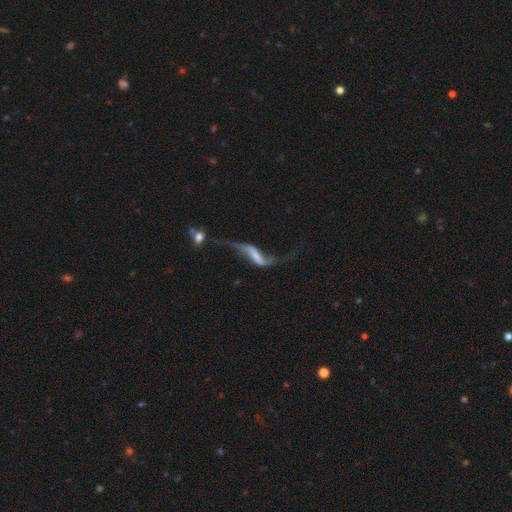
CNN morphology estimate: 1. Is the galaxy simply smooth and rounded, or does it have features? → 76% featured or disk, 17% smooth, 8% star or artifact.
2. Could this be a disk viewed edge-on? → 87% no, 13% yes.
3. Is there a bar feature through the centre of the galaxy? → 41% strong, 33% weak, 26% no.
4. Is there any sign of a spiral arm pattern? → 83% yes, 17% no.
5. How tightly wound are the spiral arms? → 95% loose, 4% medium, 2% tight.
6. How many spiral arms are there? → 88% 2, 6% 1, 3% can't tell, 1% 3, 1% 4, 1% more than 4.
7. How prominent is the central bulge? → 47% none, 30% small, 15% moderate, 5% large, 3% dominant.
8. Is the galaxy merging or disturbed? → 33% major disturbance, 32% none, 20% merger, 15% minor disturbance.